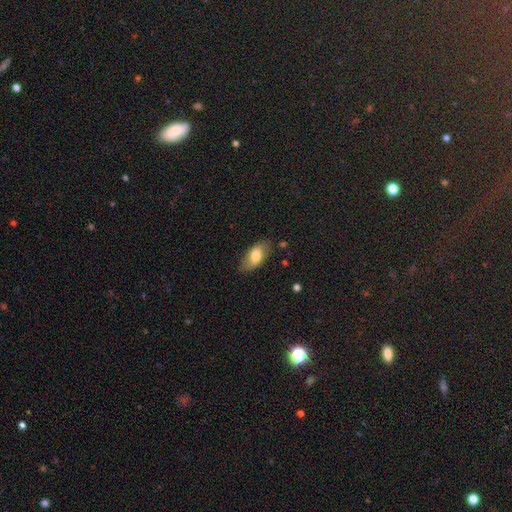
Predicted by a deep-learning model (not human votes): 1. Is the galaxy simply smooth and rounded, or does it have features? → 71% smooth, 22% featured or disk, 7% star or artifact.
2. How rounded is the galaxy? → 90% in between, 5% cigar-shaped, 4% round.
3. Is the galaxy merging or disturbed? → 80% none, 15% minor disturbance, 3% major disturbance, 2% merger.